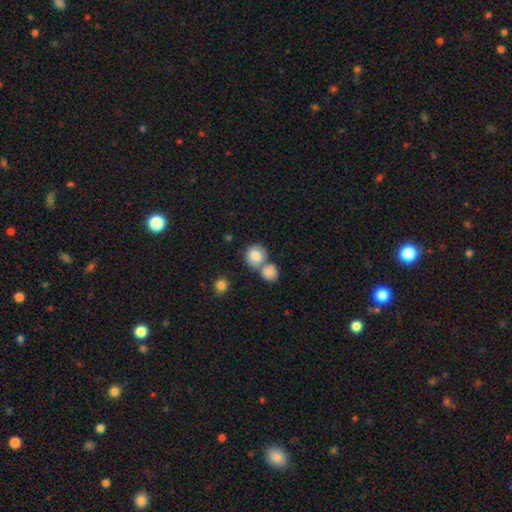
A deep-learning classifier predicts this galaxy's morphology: Q: Smooth or featured?
A: smooth (81%); runner-up: featured or disk (11%)
Q: How rounded?
A: round (79%); runner-up: in between (20%)
Q: Merging?
A: merger (47%); runner-up: none (40%)